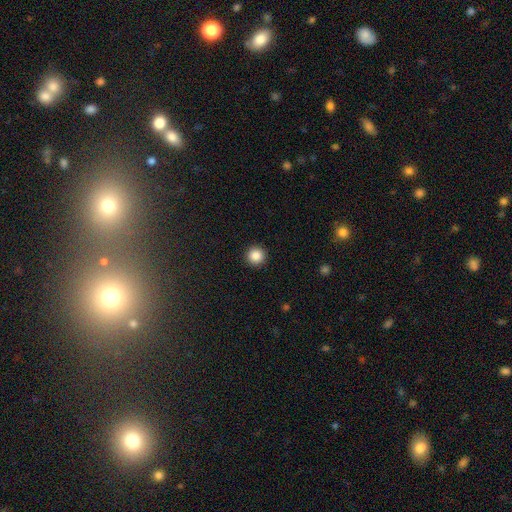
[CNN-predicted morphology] This is clearly a smooth galaxy (87%). How rounded: clearly round (96%). Merging: clearly none (93%).